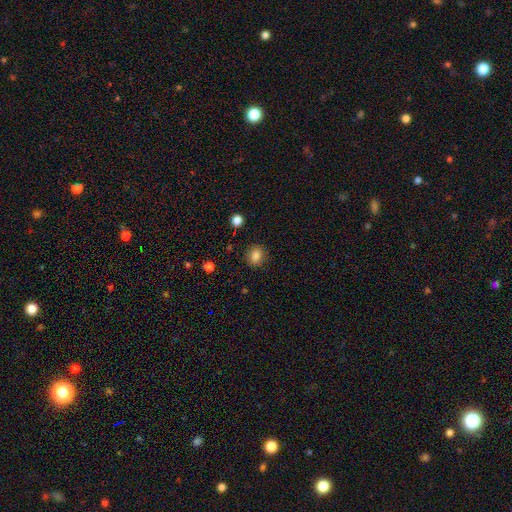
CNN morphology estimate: Q: Smooth or featured?
A: smooth (85%); runner-up: star or artifact (10%)
Q: How rounded?
A: in between (53%); runner-up: round (46%)
Q: Merging?
A: none (86%); runner-up: minor disturbance (10%)